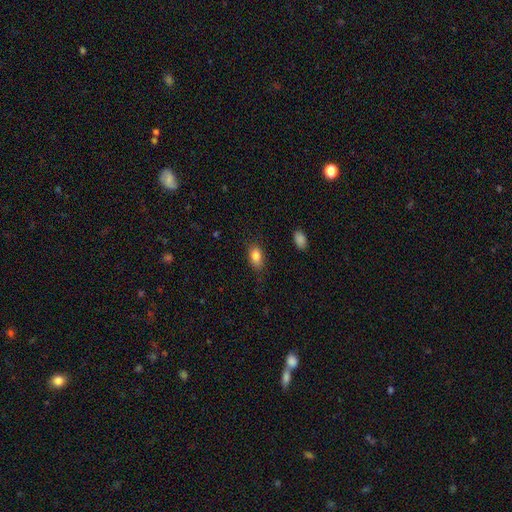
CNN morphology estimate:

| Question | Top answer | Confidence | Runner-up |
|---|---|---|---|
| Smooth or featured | smooth | 83% | star or artifact (9%) |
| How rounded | in between | 86% | round (11%) |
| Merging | none | 79% | minor disturbance (16%) |